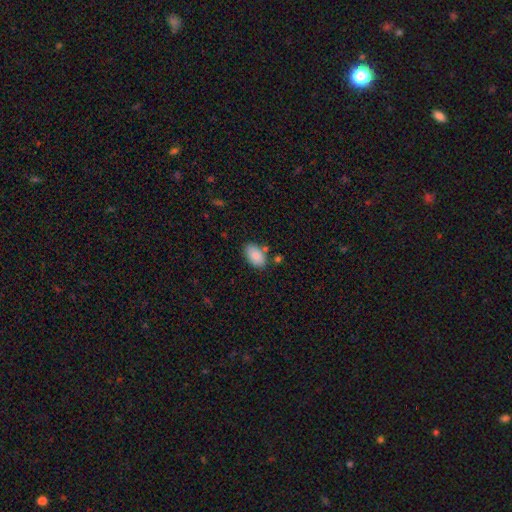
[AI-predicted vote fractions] Overall: smooth (87%). How rounded: in between (92%). Merging: none (74%).